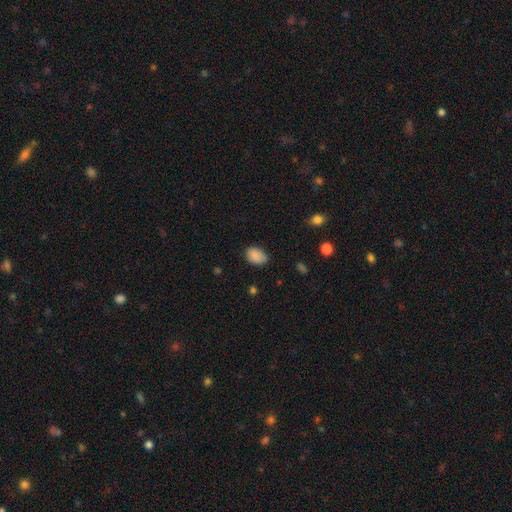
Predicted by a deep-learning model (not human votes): smooth 88%, star or artifact 8%, featured or disk 4%. Down the decision tree: how rounded — in between (83%); merging — none (74%).